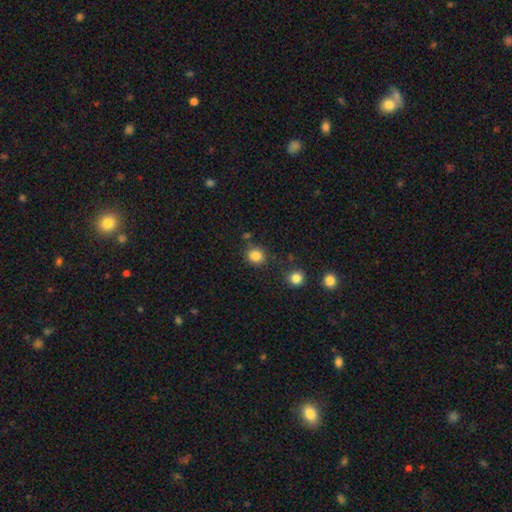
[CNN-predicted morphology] A smooth galaxy with no disk features (84%) that is round (85%). Merging: none (81%).